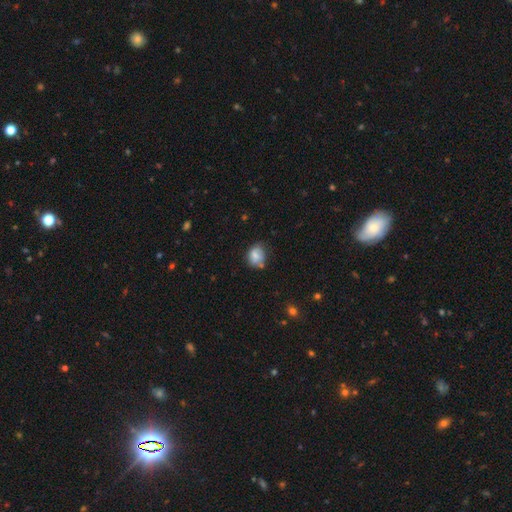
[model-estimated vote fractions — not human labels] Smooth or featured: smooth — 73% (featured or disk — 18%)
How rounded: round — 54% (in between — 45%)
Merging: none — 56% (minor disturbance — 30%)